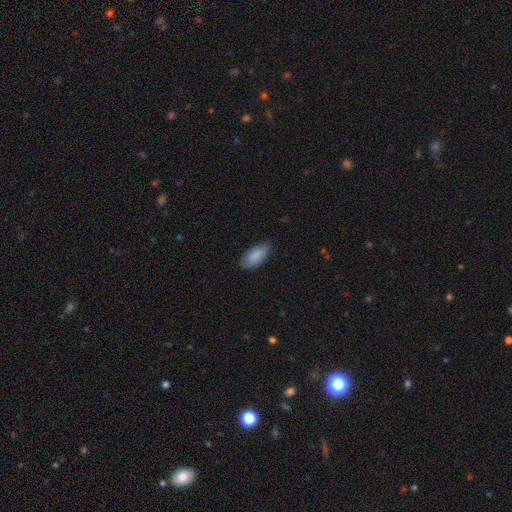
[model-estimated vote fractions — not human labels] A smooth galaxy with no disk features (88%) that is in between round and cigar-shaped (89%). Merging: none (80%).